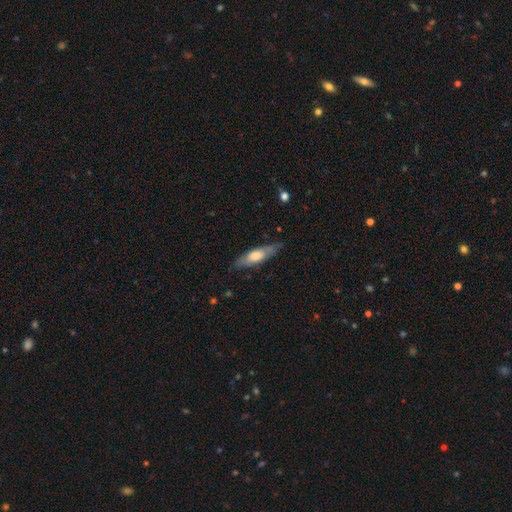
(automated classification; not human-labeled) Q: Smooth or featured?
A: smooth (56%); runner-up: featured or disk (38%)
Q: How rounded?
A: cigar-shaped (58%); runner-up: in between (41%)
Q: Merging?
A: none (77%); runner-up: minor disturbance (18%)